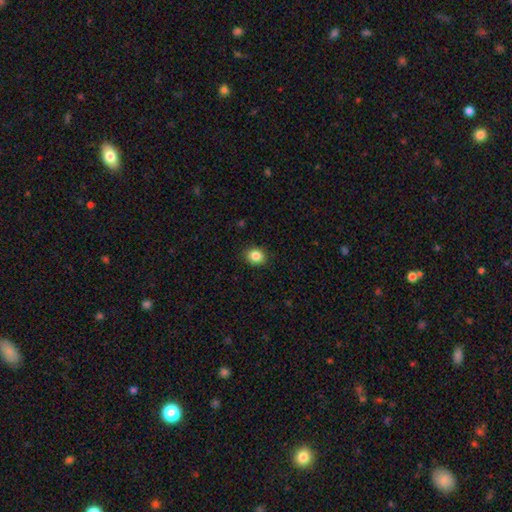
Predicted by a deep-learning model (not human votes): Smooth or featured? smooth (86%)
How rounded? round (58%)
Merging? none (89%)